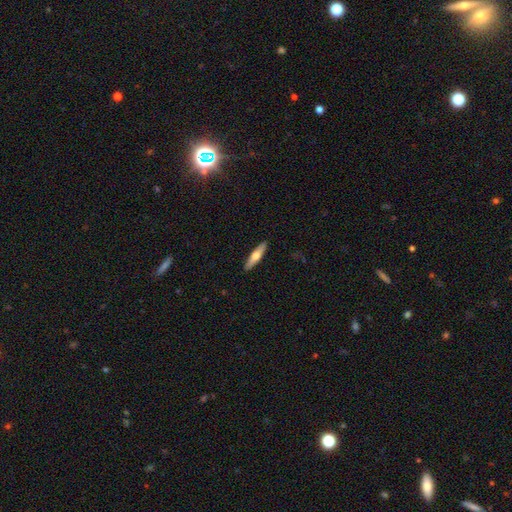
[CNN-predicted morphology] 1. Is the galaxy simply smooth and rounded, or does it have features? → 54% smooth, 40% featured or disk, 5% star or artifact.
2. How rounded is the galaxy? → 79% cigar-shaped, 19% in between, 2% round.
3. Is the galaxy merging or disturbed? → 91% none, 7% minor disturbance, 1% major disturbance, 1% merger.